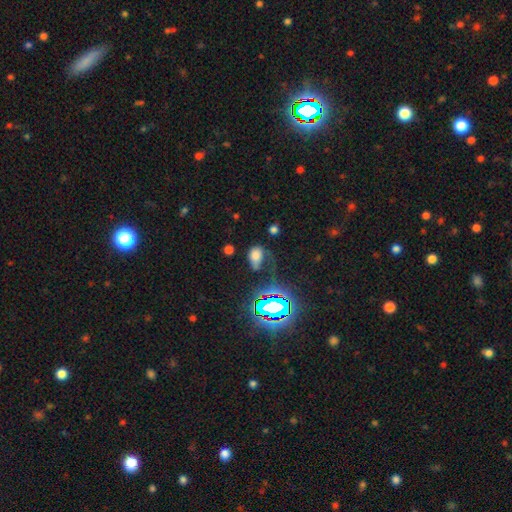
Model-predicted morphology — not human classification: A smooth galaxy with no disk features (61%) that is in between round and cigar-shaped (77%). Merging: none (35%).